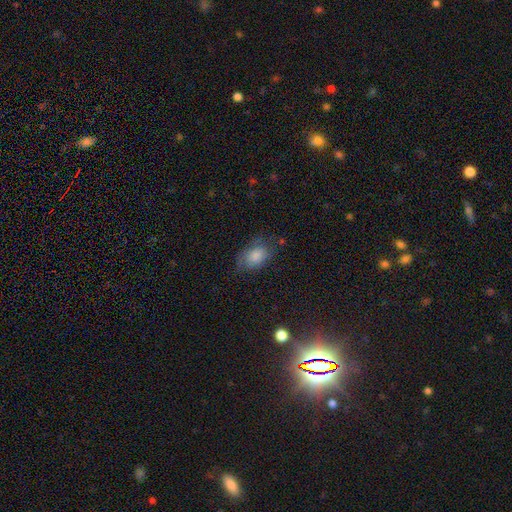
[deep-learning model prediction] smooth_or_featured: smooth (p=0.79) [alt: featured or disk p=0.13]
how_rounded: in between (p=0.84) [alt: round p=0.15]
merging: none (p=0.58) [alt: minor disturbance p=0.28]